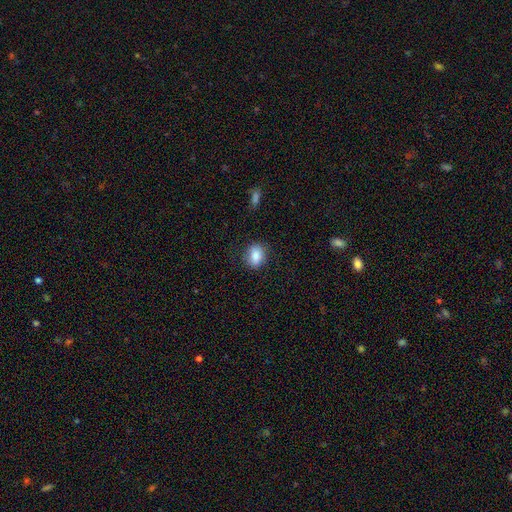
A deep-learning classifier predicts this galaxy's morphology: This appears to be a smooth galaxy with no disk features (85%) that is in between round and cigar-shaped (60%). Merging: none (81%).